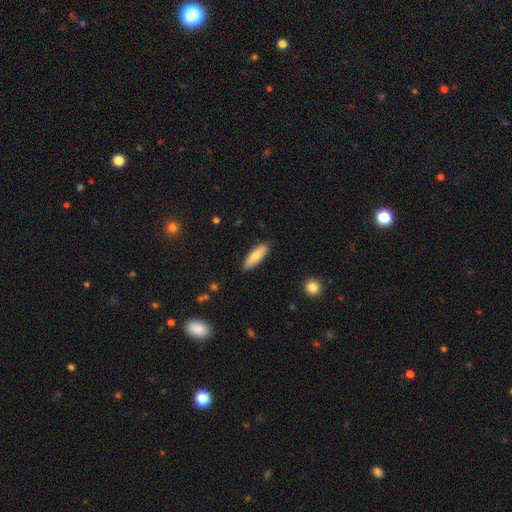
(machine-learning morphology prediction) smooth 79%, featured or disk 15%, star or artifact 6%. Down the decision tree: how rounded — in between (63%); merging — none (88%).